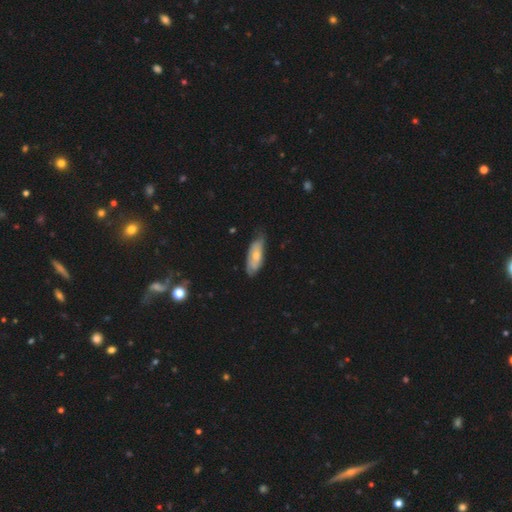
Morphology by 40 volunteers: This appears to be a smooth galaxy with no disk features (62%) that is in between round and cigar-shaped (88%). Merging: minor disturbance (53%).